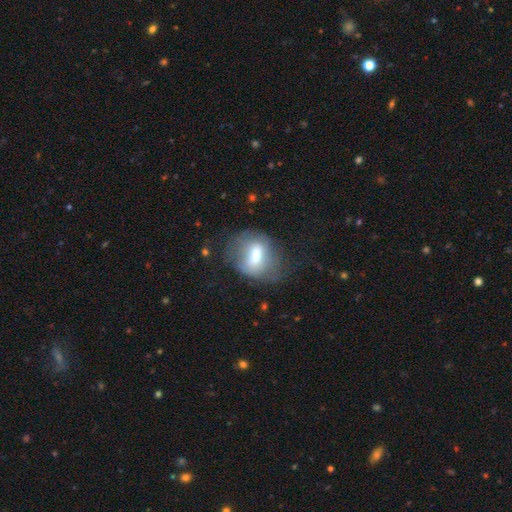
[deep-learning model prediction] smooth 55%, featured or disk 35%, star or artifact 10%. Down the decision tree: how rounded — in between (51%); merging — none (50%).